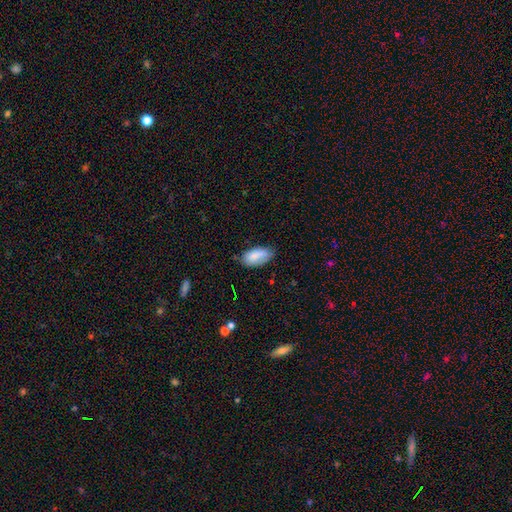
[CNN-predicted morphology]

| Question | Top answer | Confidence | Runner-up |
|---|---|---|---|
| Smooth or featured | smooth | 81% | featured or disk (12%) |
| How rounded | in between | 93% | cigar-shaped (4%) |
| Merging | none | 64% | minor disturbance (29%) |